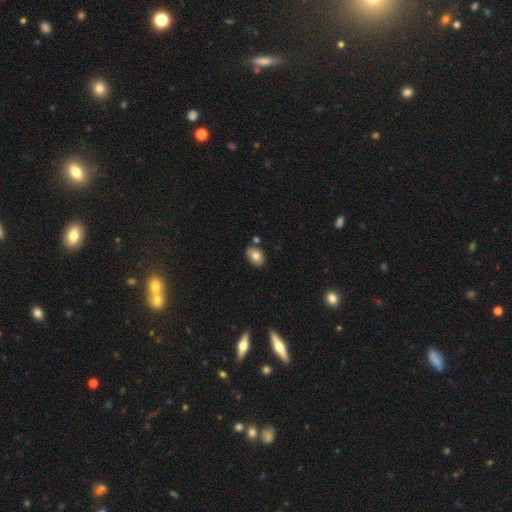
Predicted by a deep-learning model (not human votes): Smooth or featured? Predicted: smooth (p=0.78). How rounded? Predicted: in between (p=0.80). Merging? Predicted: none (p=0.74).